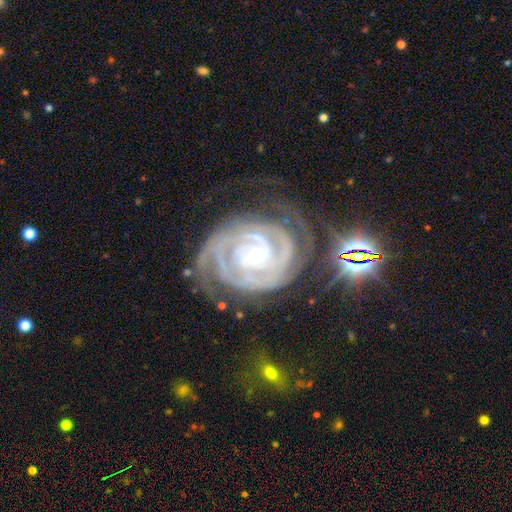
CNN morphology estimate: Q: Smooth or featured?
A: featured or disk (91%); runner-up: star or artifact (5%)
Q: Edge-on disk?
A: no (97%); runner-up: yes (3%)
Q: Bar?
A: no (61%); runner-up: weak (25%)
Q: Spiral arms?
A: yes (98%); runner-up: no (2%)
Q: Spiral winding?
A: tight (82%); runner-up: medium (16%)
Q: Spiral arm count?
A: 3 (30%); tied with: 2 (30%)
Q: Bulge size?
A: moderate (49%); runner-up: small (47%)
Q: Merging?
A: none (62%); runner-up: minor disturbance (22%)